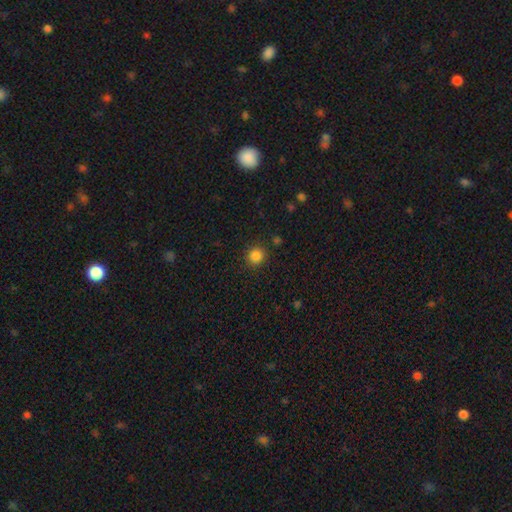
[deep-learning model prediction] The model was most divided on "smooth or featured": smooth: 84%, star or artifact: 12%, featured or disk: 3%. More confident: how rounded — round (90%); merging — none (87%).